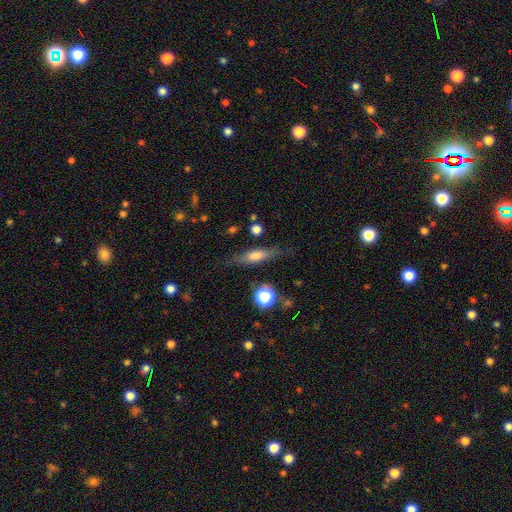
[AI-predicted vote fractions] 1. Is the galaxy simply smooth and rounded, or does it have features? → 48% smooth, 43% featured or disk, 9% star or artifact.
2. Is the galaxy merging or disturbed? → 78% none, 15% minor disturbance, 5% major disturbance, 3% merger.